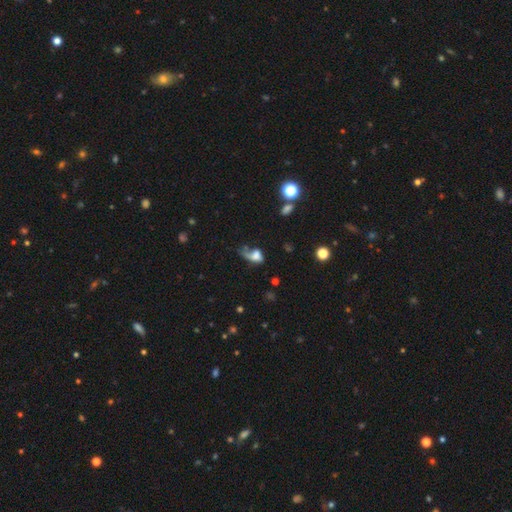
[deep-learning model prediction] A smooth galaxy with no disk features (51%) that is in between round and cigar-shaped (71%).

Vote fractions:
- Smooth or featured? smooth: 51% / featured or disk: 35% / star or artifact: 14%
- How rounded? in between: 71% / round: 24% / cigar-shaped: 4%
- Merging? major disturbance: 48% / none: 21% / minor disturbance: 18% / merger: 12%